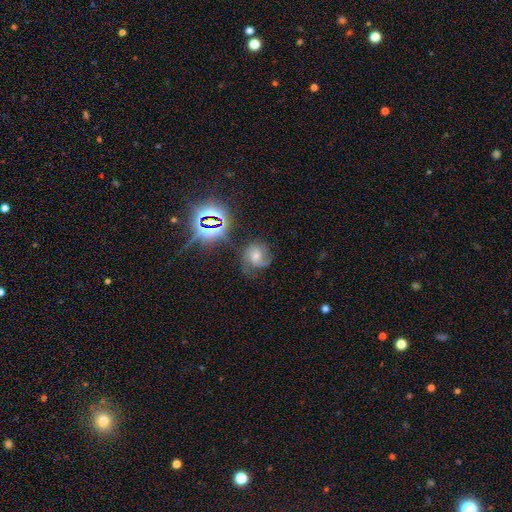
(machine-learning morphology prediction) The model was most divided on "smooth or featured": featured or disk: 56%, star or artifact: 27%, smooth: 17%. More confident: edge-on disk — no (96%); spiral arms — yes (91%); bar — no (68%); merging — none (67%); bulge size — moderate (61%).